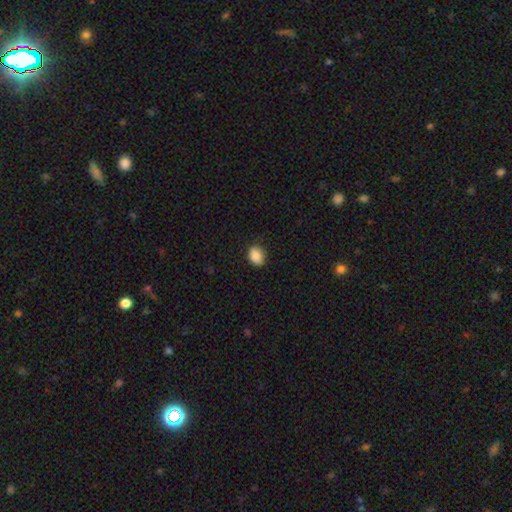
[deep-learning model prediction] This is clearly a smooth galaxy (88%). How rounded: likely in between (60%). Merging: likely none (77%).